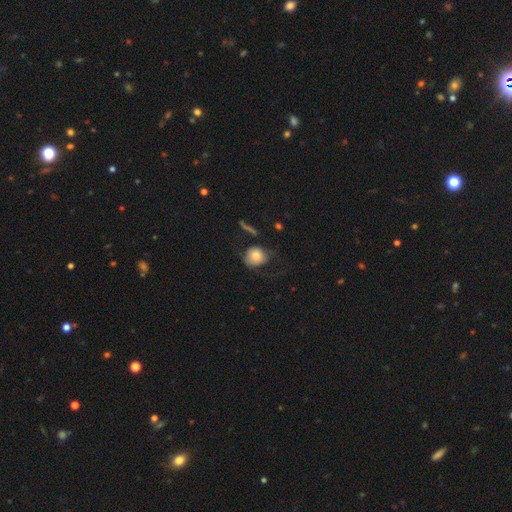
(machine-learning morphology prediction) The model was most divided on "merging": none: 50%, minor disturbance: 28%, major disturbance: 17%, merger: 5%. More confident: how rounded — round (79%); smooth or featured — smooth (77%).